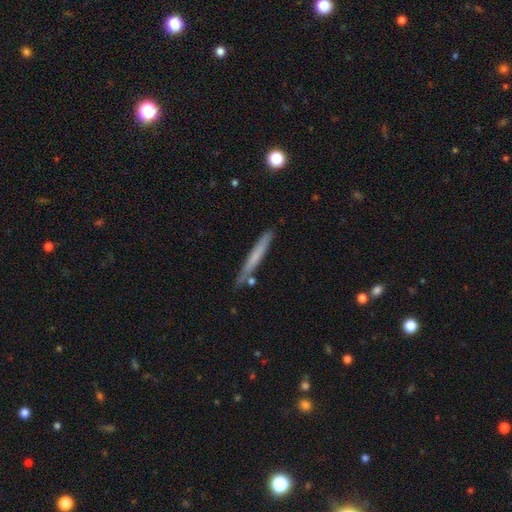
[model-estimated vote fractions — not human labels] smooth_or_featured: smooth (p=0.59) [alt: featured or disk p=0.35]
how_rounded: cigar-shaped (p=0.96) [alt: in between p=0.02]
merging: none (p=0.81) [alt: minor disturbance p=0.13]